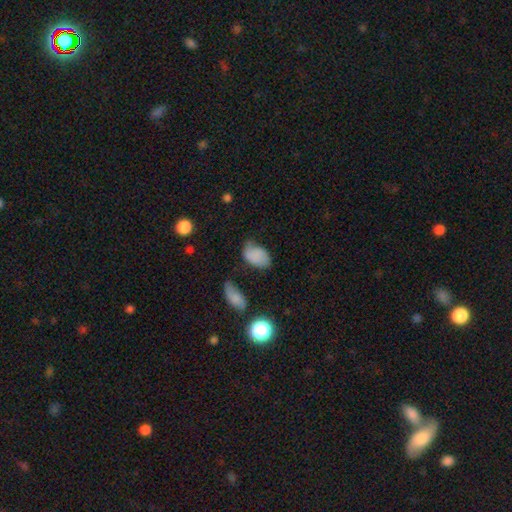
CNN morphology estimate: type=smooth (74%); roundness=in between (88%); merging=none (46%).